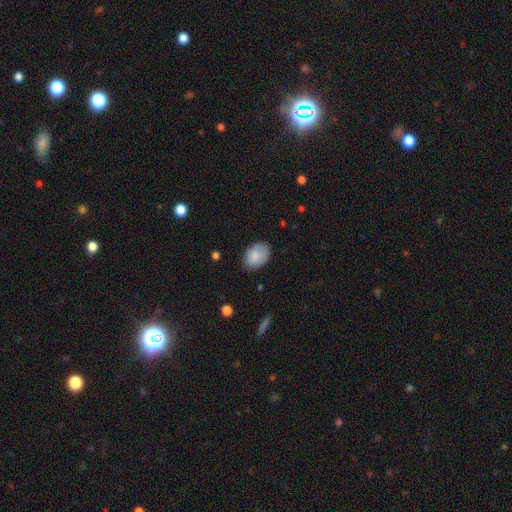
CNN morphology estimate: smooth_or_featured: smooth (p=0.84) [alt: featured or disk p=0.09]
how_rounded: in between (p=0.80) [alt: round p=0.19]
merging: none (p=0.78) [alt: minor disturbance p=0.17]